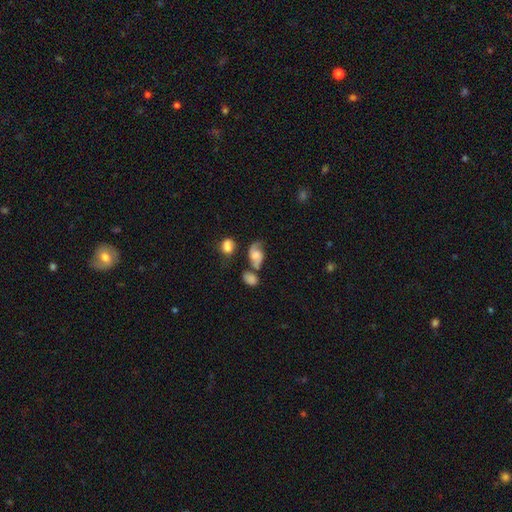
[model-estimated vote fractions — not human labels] Q: Smooth or featured?
A: featured or disk (58%); runner-up: smooth (32%)
Q: Edge-on disk?
A: no (96%); runner-up: yes (4%)
Q: Bar?
A: no (65%); runner-up: weak (29%)
Q: Spiral arms?
A: yes (89%); runner-up: no (11%)
Q: Bulge size?
A: moderate (39%); runner-up: large (24%)
Q: Merging?
A: none (45%); runner-up: merger (21%)